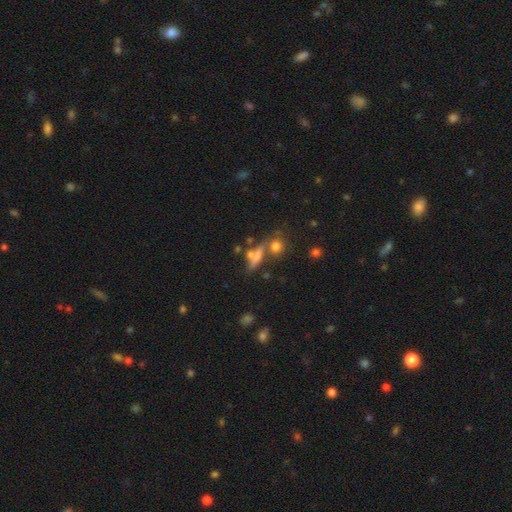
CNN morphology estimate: This is possibly a smooth galaxy (47%). Merging: possibly none (50%).